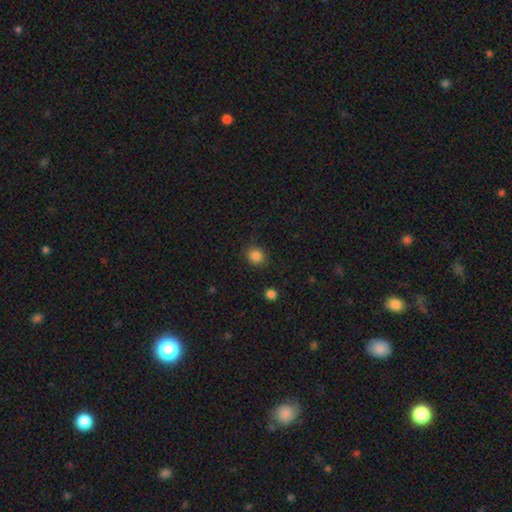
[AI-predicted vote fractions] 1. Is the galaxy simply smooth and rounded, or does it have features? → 86% smooth, 11% star or artifact, 3% featured or disk.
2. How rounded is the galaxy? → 83% round, 16% in between, 1% cigar-shaped.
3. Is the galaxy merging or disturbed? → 87% none, 9% minor disturbance, 3% major disturbance, 1% merger.